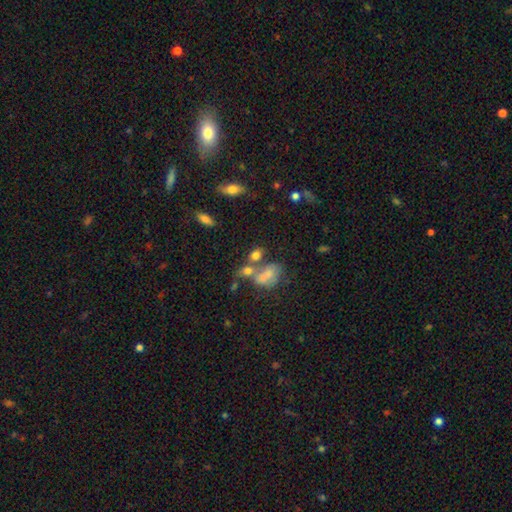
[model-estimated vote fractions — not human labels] Smooth or featured?
  - smooth: 66% *
  - featured or disk: 18%
  - star or artifact: 15%
How rounded?
  - in between: 68% *
  - round: 29%
  - cigar-shaped: 3%
Merging?
  - merger: 40% *
  - none: 36%
  - minor disturbance: 14%
  - major disturbance: 10%